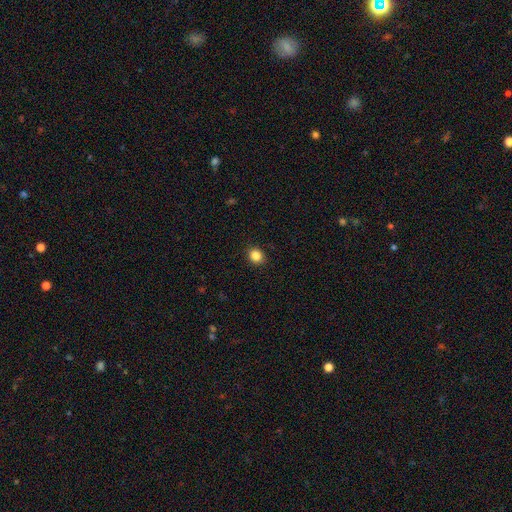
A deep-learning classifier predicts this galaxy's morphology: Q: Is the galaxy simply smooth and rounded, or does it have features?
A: smooth — 85%.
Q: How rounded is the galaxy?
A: round — 77%.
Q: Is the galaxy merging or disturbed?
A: none — 91%.